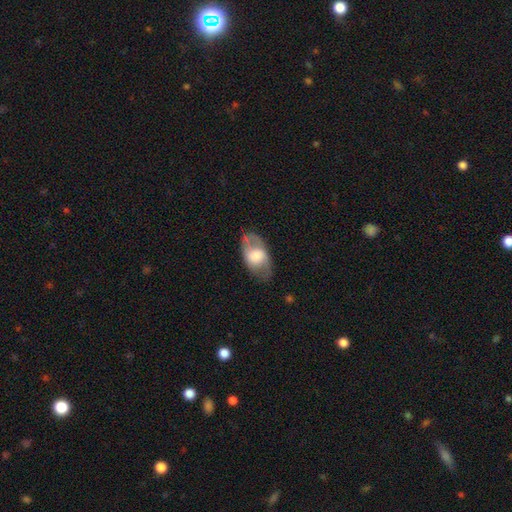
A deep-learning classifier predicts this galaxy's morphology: Smooth or featured?
  - featured or disk: 49% *
  - smooth: 45%
  - star or artifact: 6%
Merging?
  - none: 73% *
  - minor disturbance: 18%
  - major disturbance: 8%
  - merger: 1%